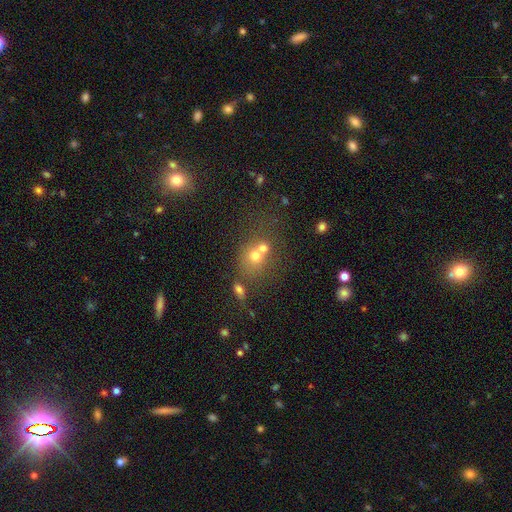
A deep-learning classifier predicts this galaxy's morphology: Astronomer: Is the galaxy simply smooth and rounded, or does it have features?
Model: smooth — 65%.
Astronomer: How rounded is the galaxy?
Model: round — 71%.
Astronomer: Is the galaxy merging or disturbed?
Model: merger — 53% (runner-up: none, 33%).